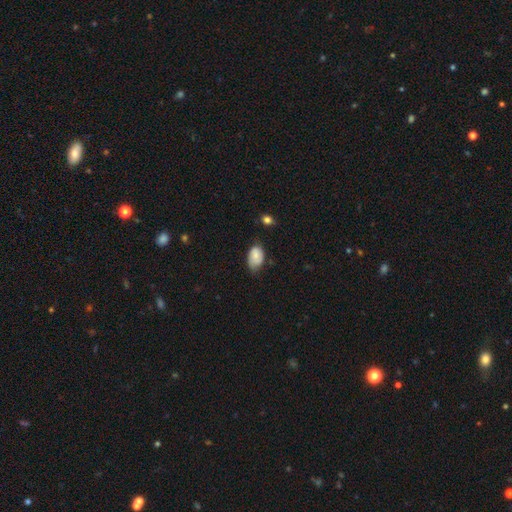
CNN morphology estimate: A smooth galaxy with no disk features (78%) that is in between round and cigar-shaped (90%).

Vote fractions:
- Smooth or featured? smooth: 78% / featured or disk: 15% / star or artifact: 7%
- How rounded? in between: 90% / round: 9% / cigar-shaped: 1%
- Merging? none: 51% / minor disturbance: 38% / major disturbance: 8% / merger: 2%